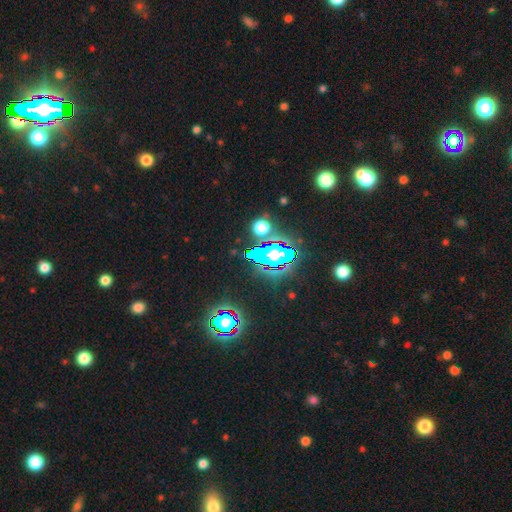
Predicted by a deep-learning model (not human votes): A star or artifact, not a galaxy (65%).

Vote fractions:
- Smooth or featured? star or artifact: 65% / smooth: 22% / featured or disk: 13%